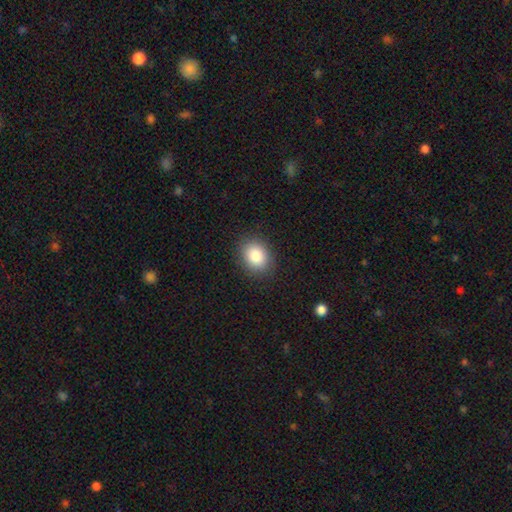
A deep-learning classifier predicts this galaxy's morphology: A smooth galaxy with no disk features (85%) that is in between round and cigar-shaped (54%). Merging: none (88%).